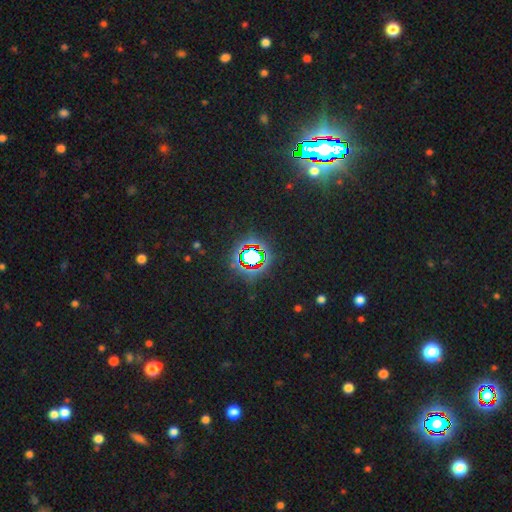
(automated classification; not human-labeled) star or artifact 77%, smooth 15%, featured or disk 9%.